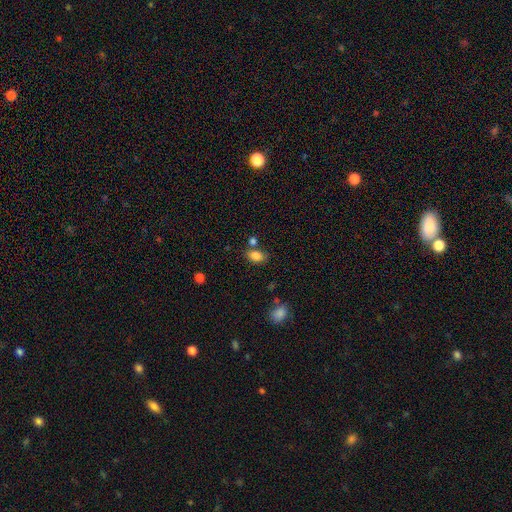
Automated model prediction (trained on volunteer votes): smooth-or-featured: smooth: 84% | star or artifact: 9% | featured or disk: 7%
  how-rounded: in between: 85% | round: 13% | cigar-shaped: 2%
  merging: none: 66% | minor disturbance: 16% | merger: 14% | major disturbance: 5%